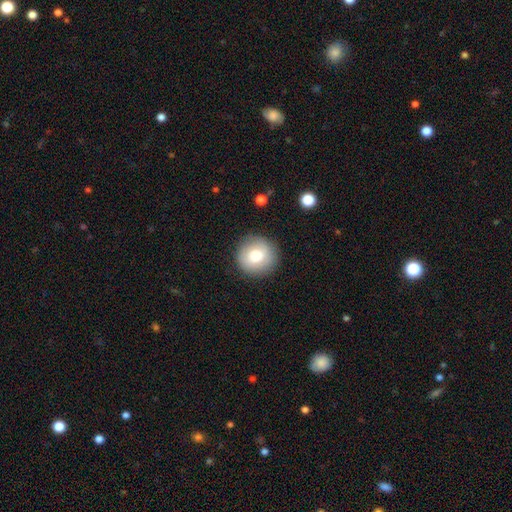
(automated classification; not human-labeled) smooth_or_featured: smooth (p=0.76) [alt: featured or disk p=0.16]
how_rounded: round (p=0.93) [alt: in between p=0.06]
merging: none (p=0.88) [alt: minor disturbance p=0.08]